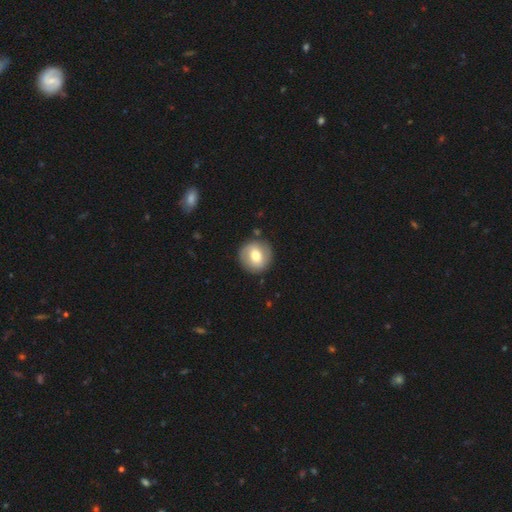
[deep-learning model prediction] smooth 60%, featured or disk 33%, star or artifact 7%. Down the decision tree: how rounded — round (90%); merging — none (85%).